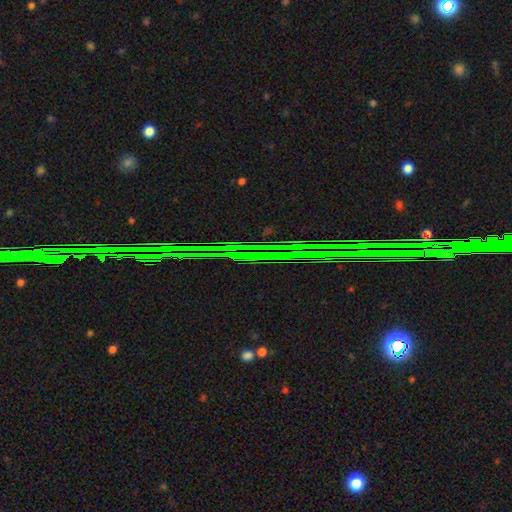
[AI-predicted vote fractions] A star or artifact, not a galaxy (82%).

Vote fractions:
- Smooth or featured? star or artifact: 82% / featured or disk: 9% / smooth: 8%